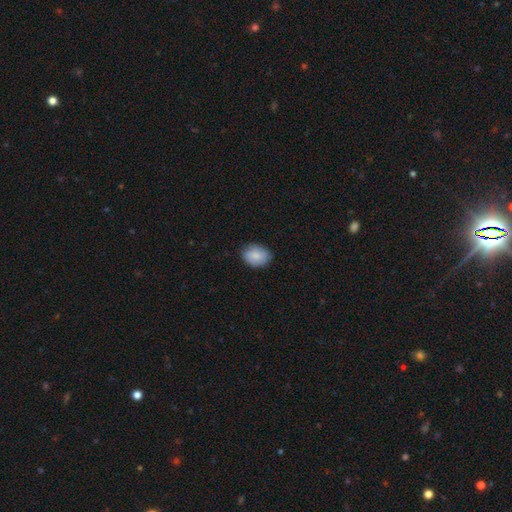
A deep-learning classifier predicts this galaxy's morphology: Smooth or featured? Predicted: smooth (p=0.85). How rounded? Predicted: in between (p=0.70). Merging? Predicted: none (p=0.82).